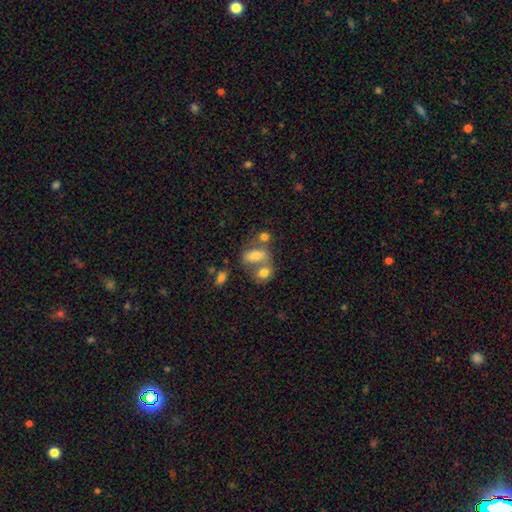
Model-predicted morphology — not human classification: This appears to be a smooth galaxy with no disk features (67%) that is in between round and cigar-shaped (80%). Merging: merger (49%).